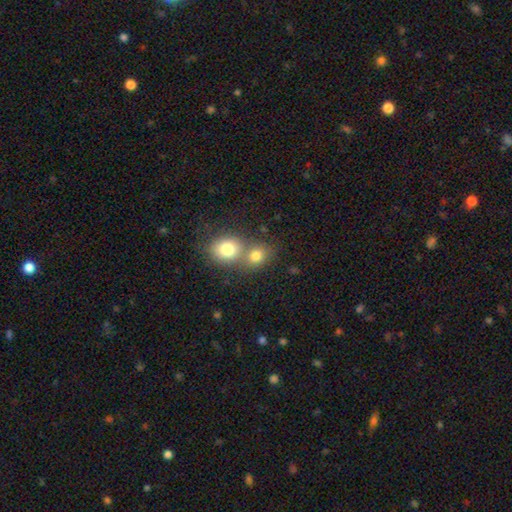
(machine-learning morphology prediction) Overall: smooth (80%). How rounded: round (68%; in between 31%). Merging: merger (51%; none 39%).